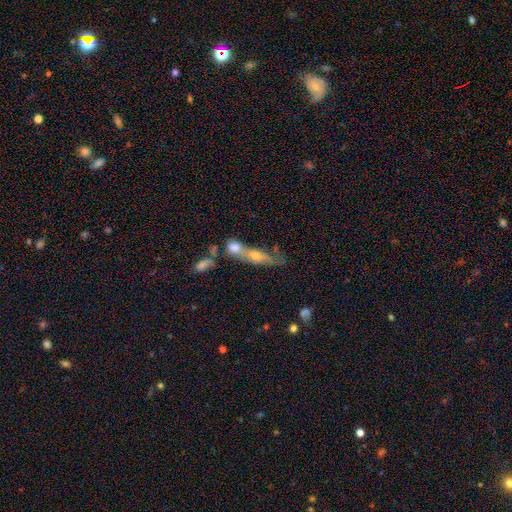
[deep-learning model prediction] Smooth or featured?
  - smooth: 52% *
  - featured or disk: 39%
  - star or artifact: 9%
How rounded?
  - cigar-shaped: 55% *
  - in between: 38%
  - round: 7%
Merging?
  - merger: 59% *
  - none: 24%
  - minor disturbance: 10%
  - major disturbance: 7%